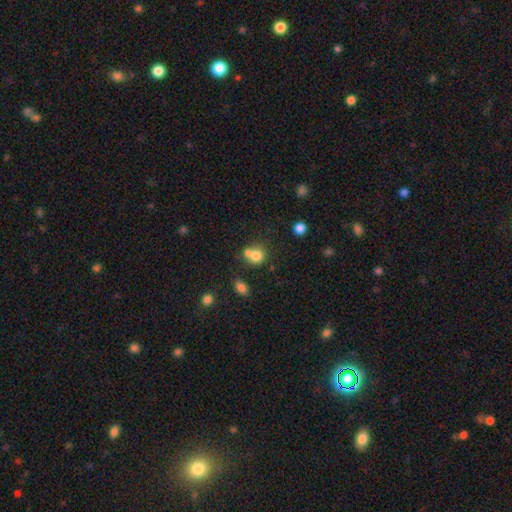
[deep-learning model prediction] Smooth or featured? smooth (76%)
How rounded? round (78%)
Merging? merger (49%)